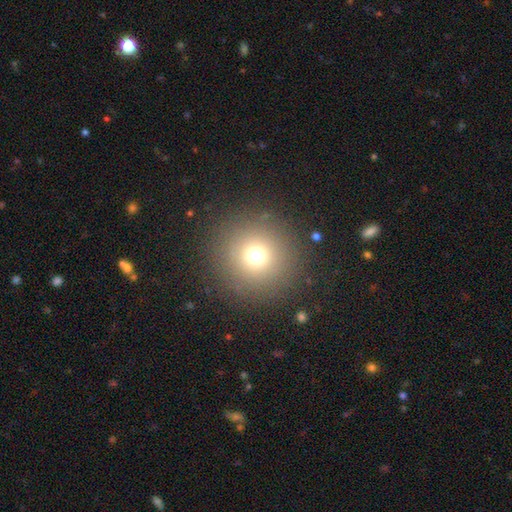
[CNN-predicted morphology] Smooth or featured?
  - smooth: 71% *
  - star or artifact: 19%
  - featured or disk: 10%
How rounded?
  - round: 96% *
  - in between: 4%
  - cigar-shaped: 1%
Merging?
  - none: 90% *
  - minor disturbance: 5%
  - major disturbance: 4%
  - merger: 1%